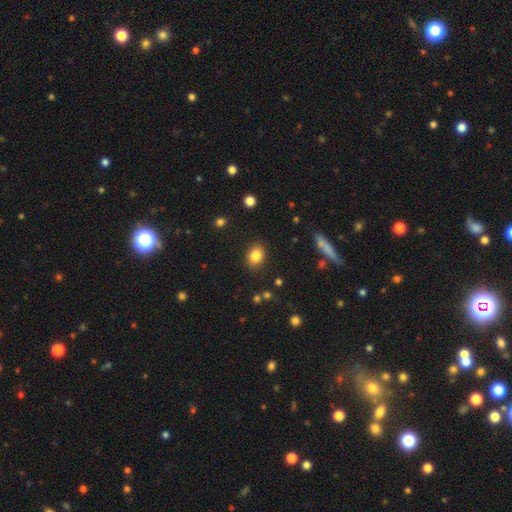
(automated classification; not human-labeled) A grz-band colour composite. It shows a smooth galaxy with no disk features (84%) that is in between round and cigar-shaped (61%). Merging: none (88%).